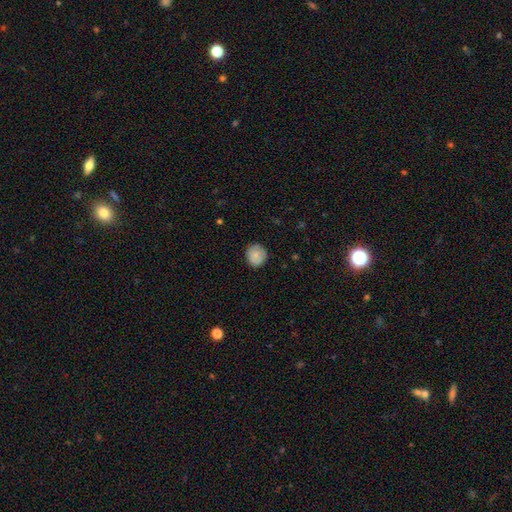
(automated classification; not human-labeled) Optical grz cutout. It shows a smooth galaxy with no disk features (80%) that is round (81%). Merging: none (81%).